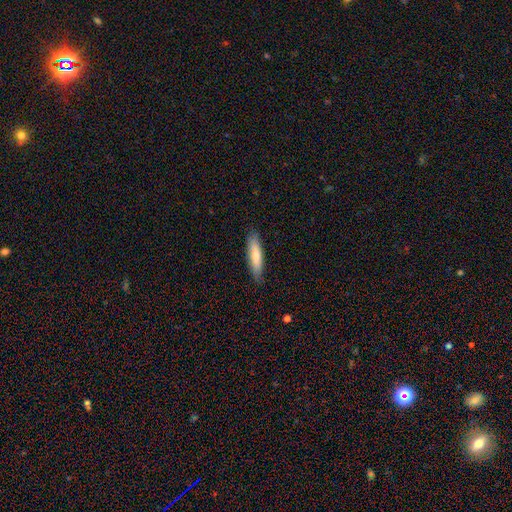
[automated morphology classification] A smooth galaxy with no disk features (75%) that is cigar-shaped (73%). Merging: none (84%).